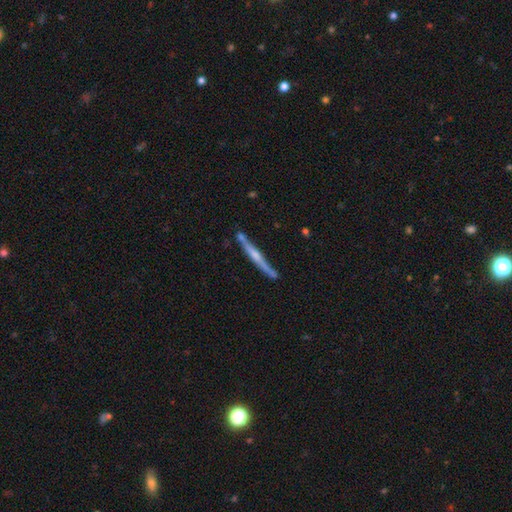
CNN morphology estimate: This is likely a featured or disk galaxy (67%). It is clearly viewed edge-on (97%). Edge-on bulge: possibly rounded (59%). Merging: likely none (78%).